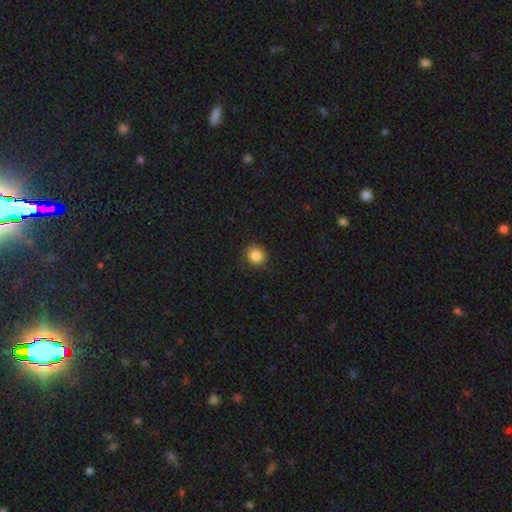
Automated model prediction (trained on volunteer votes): smooth_or_featured: smooth (p=0.86) [alt: star or artifact p=0.10]
how_rounded: round (p=0.91) [alt: in between p=0.08]
merging: none (p=0.90) [alt: minor disturbance p=0.07]